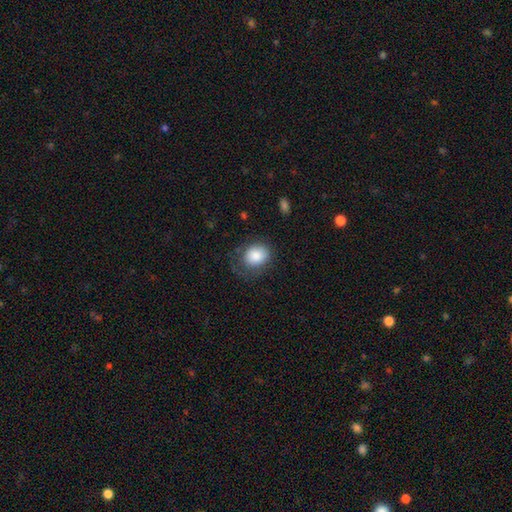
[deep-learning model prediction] smooth 84%, featured or disk 9%, star or artifact 7%. Down the decision tree: how rounded — round (51%); merging — none (58%).